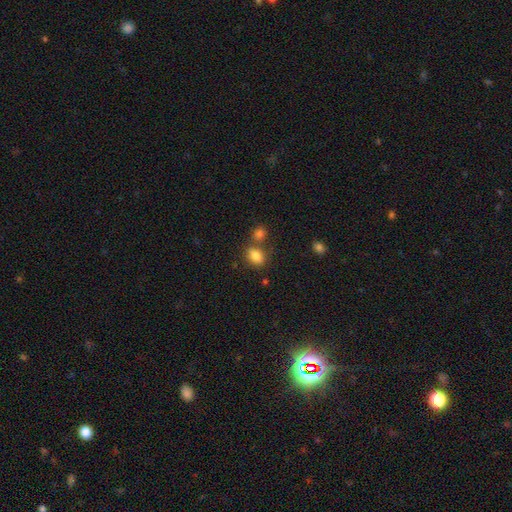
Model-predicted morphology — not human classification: This appears to be a smooth galaxy with no disk features (83%) that is in between round and cigar-shaped (75%). Merging: none (61%).